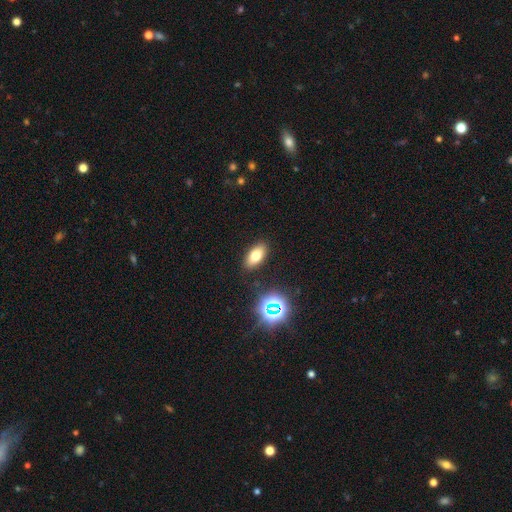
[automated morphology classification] smooth_or_featured: smooth (p=0.70) [alt: featured or disk p=0.15]
how_rounded: in between (p=0.87) [alt: cigar-shaped p=0.07]
merging: none (p=0.87) [alt: minor disturbance p=0.08]